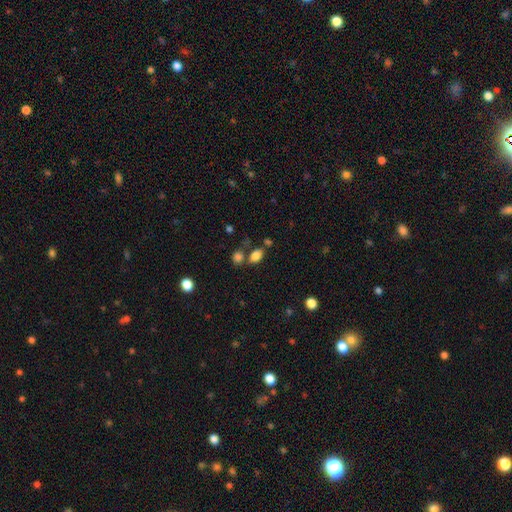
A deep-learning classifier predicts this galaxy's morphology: type=smooth (82%); roundness=in between (84%); merging=none (61%).